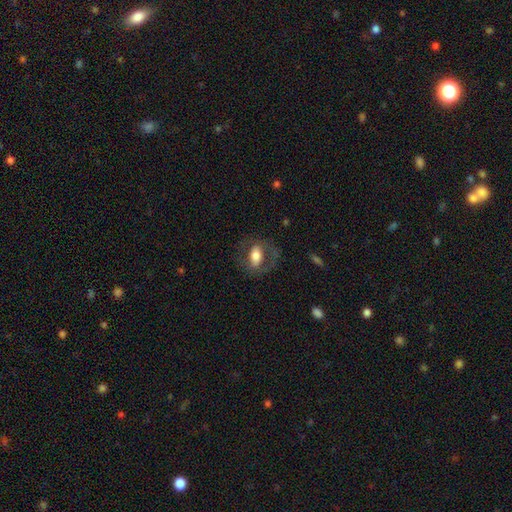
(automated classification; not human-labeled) smooth_or_featured: smooth (p=0.54) [alt: featured or disk p=0.38]
how_rounded: in between (p=0.82) [alt: round p=0.12]
merging: none (p=0.67) [alt: minor disturbance p=0.16]